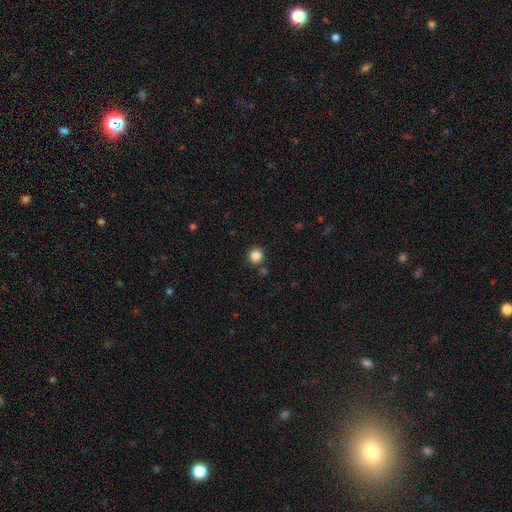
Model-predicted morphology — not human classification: Smooth or featured? Predicted: smooth (p=0.85). How rounded? Predicted: round (p=0.94). Merging? Predicted: none (p=0.86).